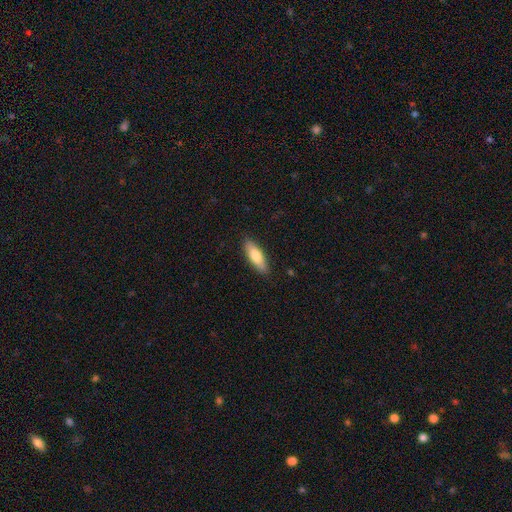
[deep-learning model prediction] Smooth or featured?
  - smooth: 76% *
  - featured or disk: 19%
  - star or artifact: 6%
How rounded?
  - in between: 52% *
  - cigar-shaped: 46%
  - round: 2%
Merging?
  - none: 87% *
  - minor disturbance: 10%
  - major disturbance: 2%
  - merger: 1%